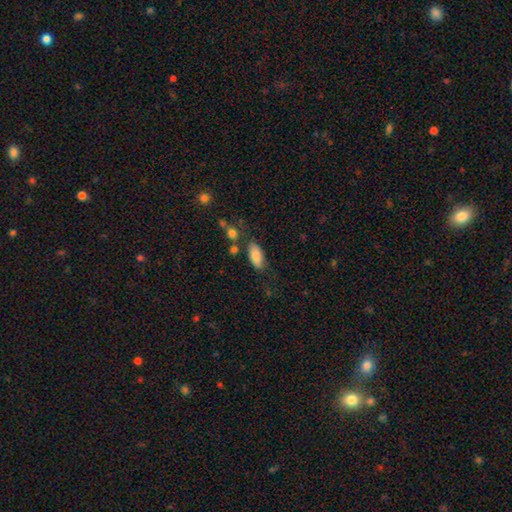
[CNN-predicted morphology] Smooth or featured? Predicted: smooth (p=0.86). How rounded? Predicted: in between (p=0.88). Merging? Predicted: none (p=0.74).